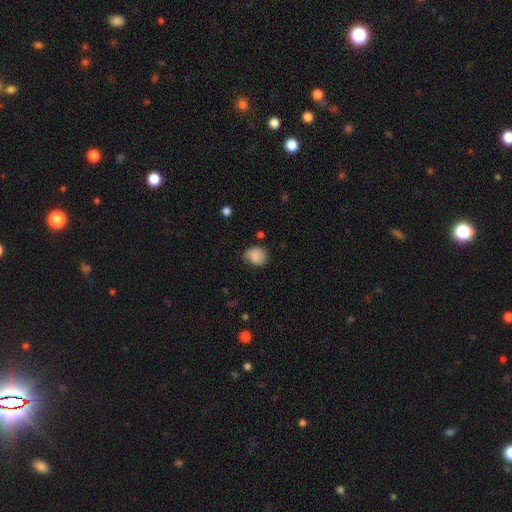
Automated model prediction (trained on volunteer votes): smooth 85%, star or artifact 8%, featured or disk 7%. Down the decision tree: how rounded — round (69%); merging — none (61%).